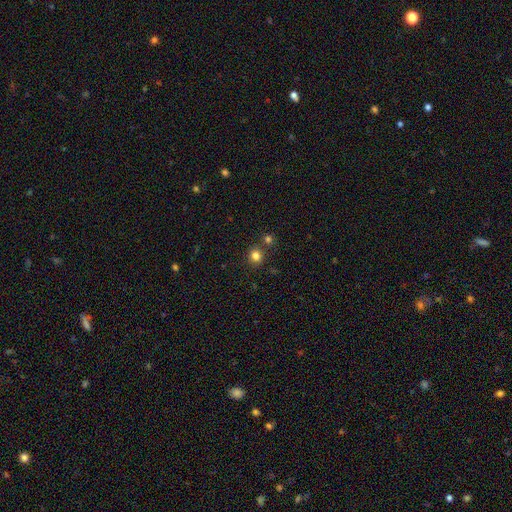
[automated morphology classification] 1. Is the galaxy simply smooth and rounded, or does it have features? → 80% smooth, 14% star or artifact, 6% featured or disk.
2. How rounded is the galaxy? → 89% round, 10% in between, 1% cigar-shaped.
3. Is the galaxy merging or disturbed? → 77% none, 12% merger, 8% minor disturbance, 3% major disturbance.